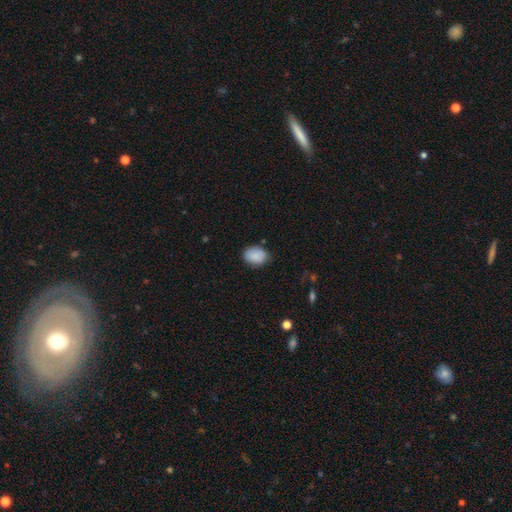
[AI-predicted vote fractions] Overall: smooth (87%). How rounded: in between (75%). Merging: none (78%).